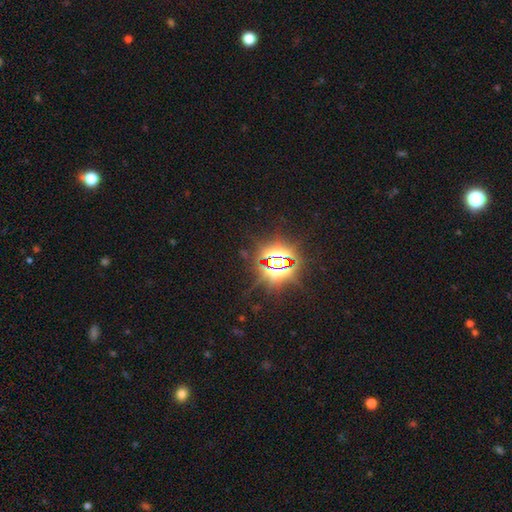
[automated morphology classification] Smooth or featured? Predicted: star or artifact (p=0.83).